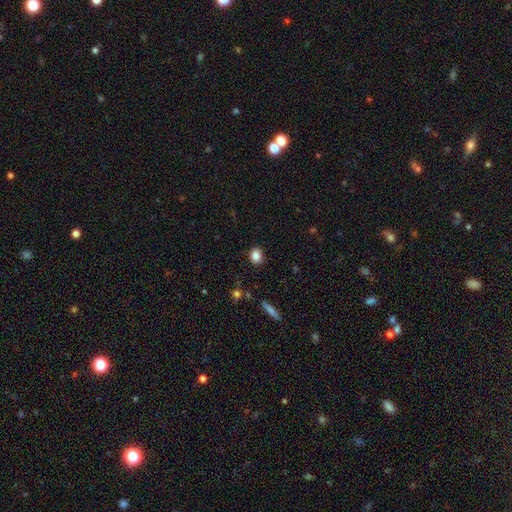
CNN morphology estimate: smooth-or-featured: smooth: 84% | star or artifact: 10% | featured or disk: 6%
  how-rounded: round: 64% | in between: 34% | cigar-shaped: 2%
  merging: none: 89% | minor disturbance: 8% | major disturbance: 2% | merger: 1%